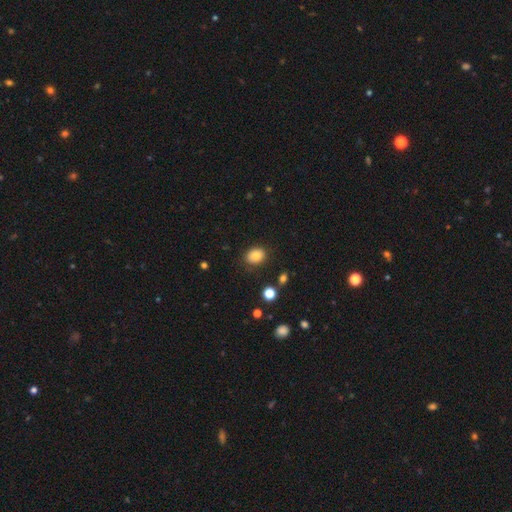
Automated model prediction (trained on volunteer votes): Overall: smooth (84%). How rounded: in between (55%; round 44%). Merging: none (84%).